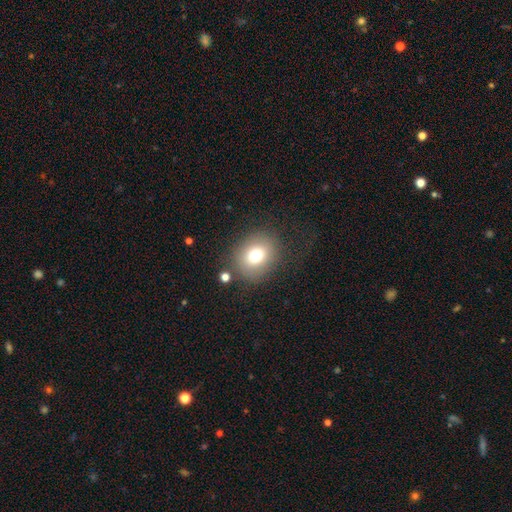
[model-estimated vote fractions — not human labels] Smooth or featured?
  - smooth: 74% *
  - featured or disk: 14%
  - star or artifact: 13%
How rounded?
  - round: 62% *
  - in between: 38%
  - cigar-shaped: 1%
Merging?
  - none: 77% *
  - minor disturbance: 12%
  - major disturbance: 7%
  - merger: 4%